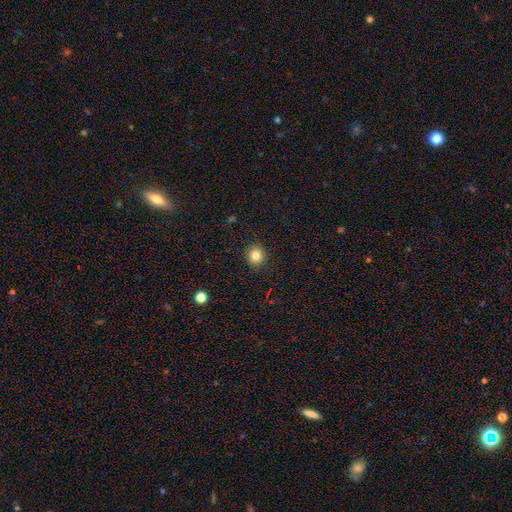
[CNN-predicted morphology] Smooth or featured: smooth — 82% (star or artifact — 11%)
How rounded: round — 88% (in between — 11%)
Merging: none — 91% (minor disturbance — 6%)